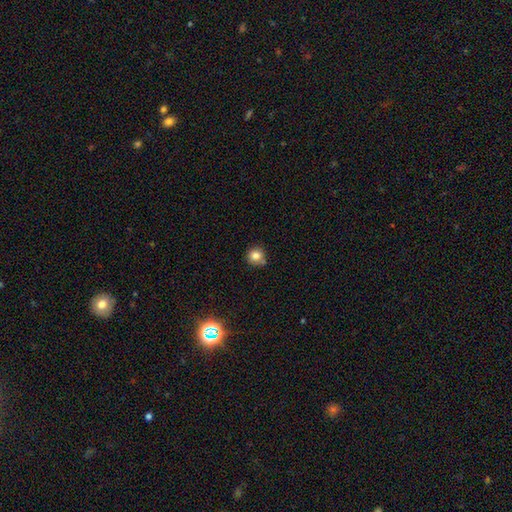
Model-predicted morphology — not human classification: type=smooth (81%); roundness=round (93%); merging=none (77%).